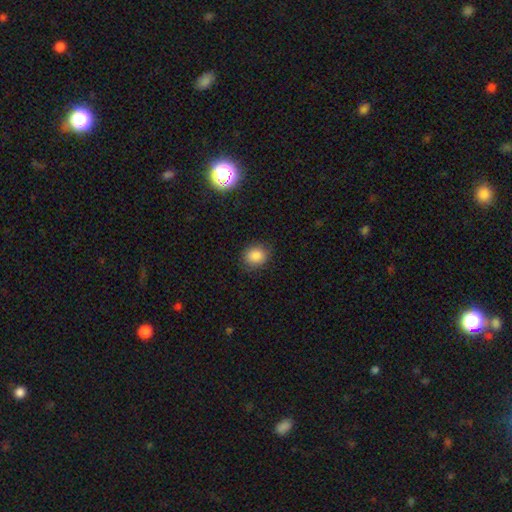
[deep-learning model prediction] A smooth galaxy with no disk features (85%) that is round (62%).

Vote fractions:
- Smooth or featured? smooth: 85% / star or artifact: 10% / featured or disk: 5%
- How rounded? round: 62% / in between: 37% / cigar-shaped: 1%
- Merging? none: 84% / minor disturbance: 12% / major disturbance: 3% / merger: 1%